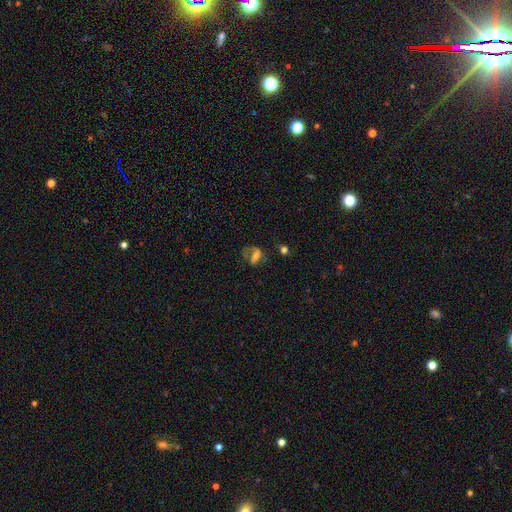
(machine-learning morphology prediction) This is marginally a smooth galaxy (43%). Merging: marginally none (40%).